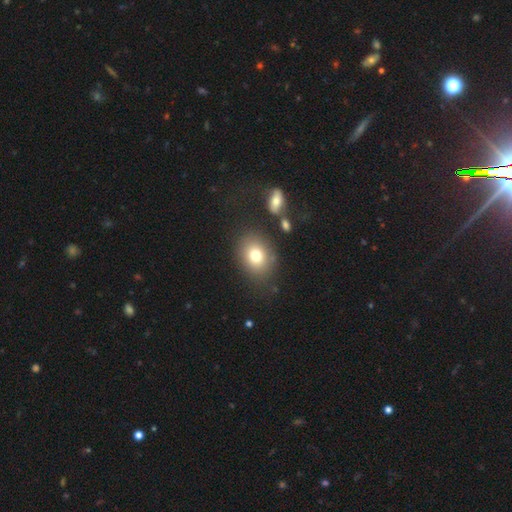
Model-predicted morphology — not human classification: Smooth or featured? Predicted: smooth (p=0.78). How rounded? Predicted: in between (p=0.57). Merging? Predicted: none (p=0.78).